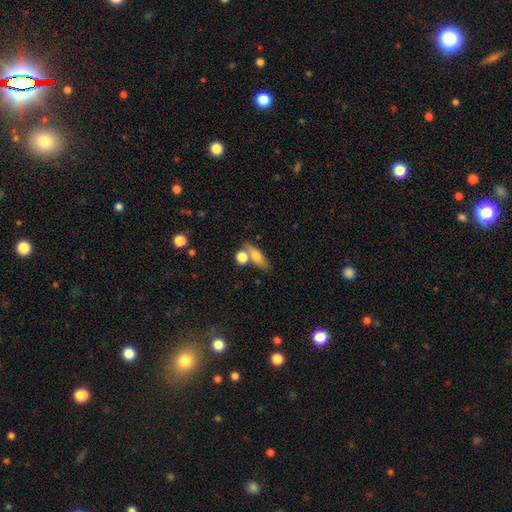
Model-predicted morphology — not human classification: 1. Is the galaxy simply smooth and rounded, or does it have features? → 68% smooth, 23% featured or disk, 9% star or artifact.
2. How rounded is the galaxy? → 53% in between, 32% cigar-shaped, 14% round.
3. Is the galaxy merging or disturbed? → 54% none, 28% merger, 12% minor disturbance, 6% major disturbance.